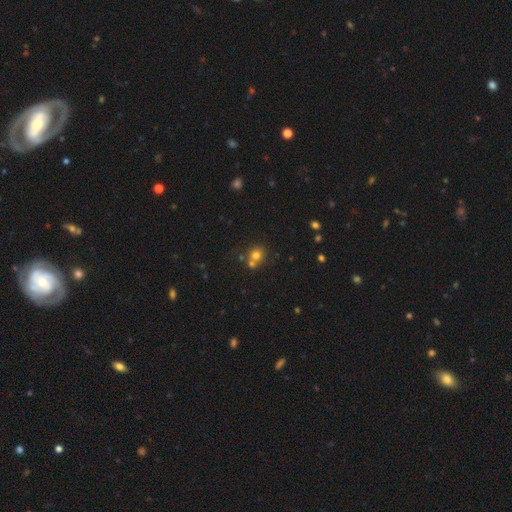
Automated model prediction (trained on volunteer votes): Smooth or featured: smooth — 72% (star or artifact — 16%)
How rounded: round — 82% (in between — 17%)
Merging: none — 55% (merger — 34%)